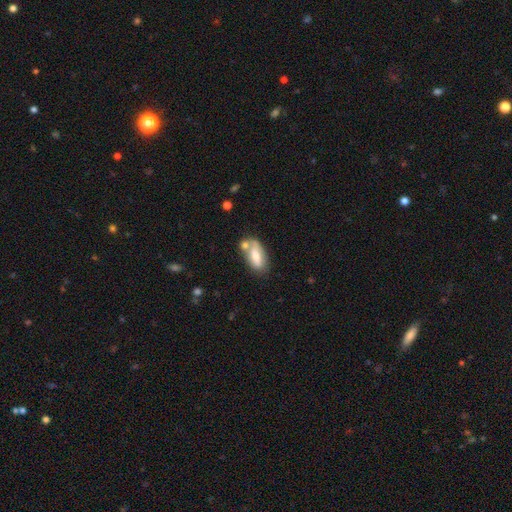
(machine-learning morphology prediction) type=smooth (64%); roundness=in between (85%); merging=none (48%).